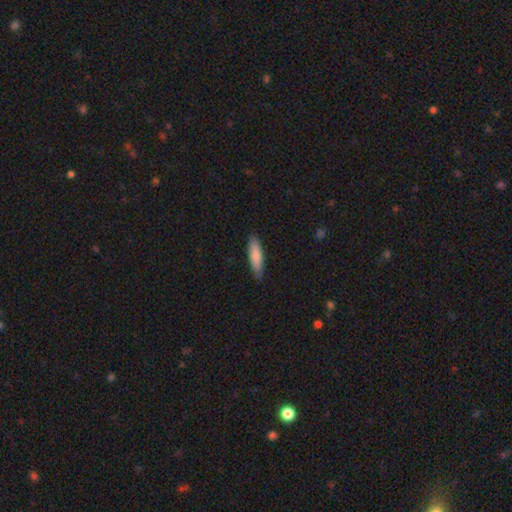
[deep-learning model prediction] Overall: smooth (81%). How rounded: cigar-shaped (64%; in between 35%). Merging: none (84%).